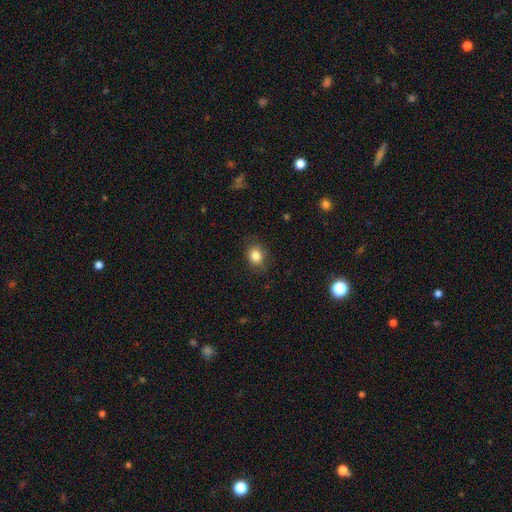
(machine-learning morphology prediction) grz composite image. It shows a smooth galaxy with no disk features (84%) that is round (61%). Merging: none (83%).